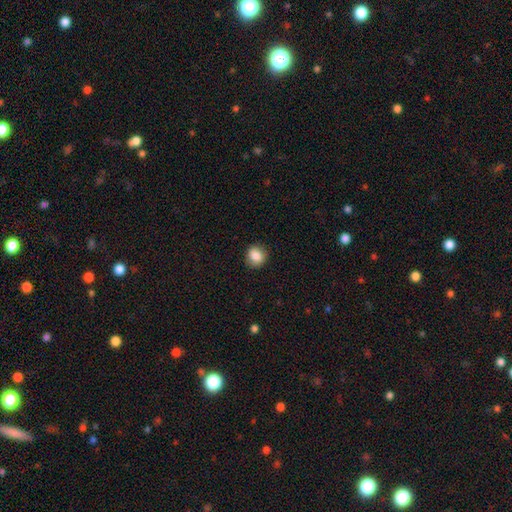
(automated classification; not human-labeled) Smooth or featured? Predicted: smooth (p=0.86). How rounded? Predicted: round (p=0.78). Merging? Predicted: none (p=0.86).